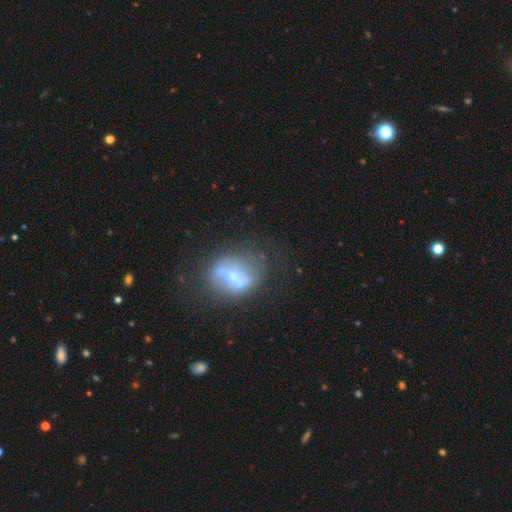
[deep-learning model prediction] Q: Smooth or featured?
A: featured or disk (48%); runner-up: smooth (36%)
Q: Merging?
A: none (53%); runner-up: merger (19%)